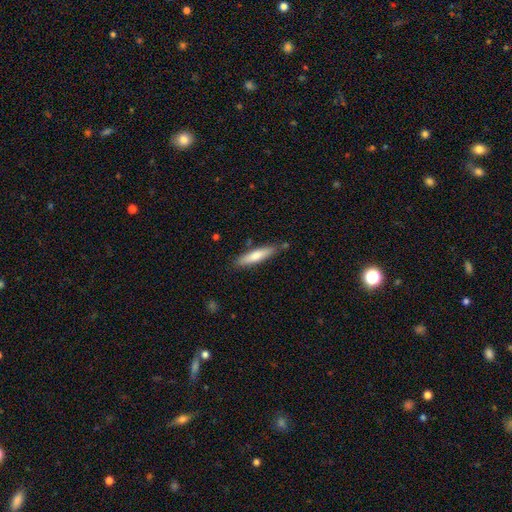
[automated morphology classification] Q: Smooth or featured?
A: smooth (72%); runner-up: featured or disk (23%)
Q: How rounded?
A: cigar-shaped (81%); runner-up: in between (18%)
Q: Merging?
A: none (81%); runner-up: minor disturbance (13%)